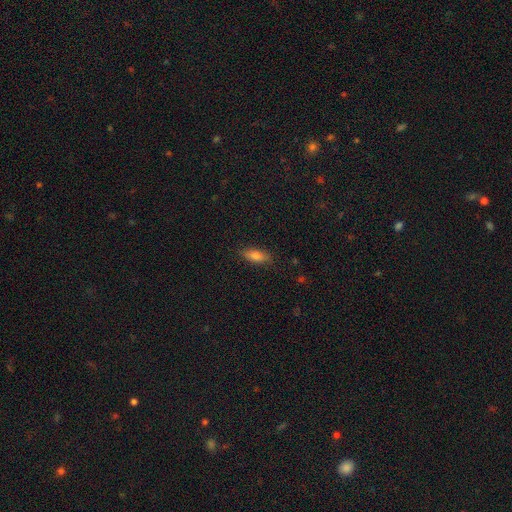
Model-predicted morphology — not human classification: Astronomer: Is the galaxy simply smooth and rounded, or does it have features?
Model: smooth — 77%.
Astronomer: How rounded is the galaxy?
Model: in between — 76%.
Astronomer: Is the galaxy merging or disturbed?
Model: none — 86%.